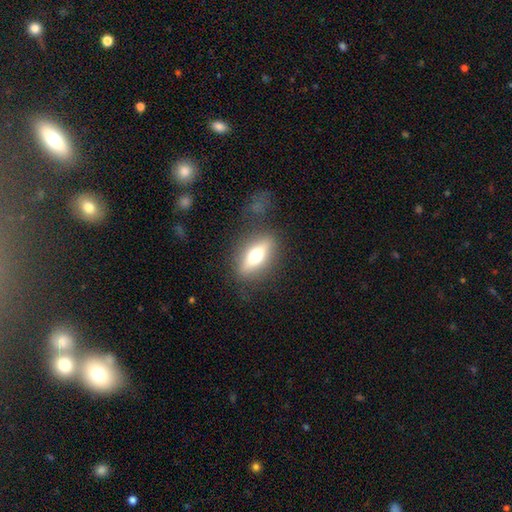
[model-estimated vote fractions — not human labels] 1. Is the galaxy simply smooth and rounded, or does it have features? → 54% smooth, 38% featured or disk, 8% star or artifact.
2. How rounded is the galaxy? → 68% in between, 25% cigar-shaped, 7% round.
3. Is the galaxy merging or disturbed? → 78% none, 13% minor disturbance, 7% major disturbance, 3% merger.